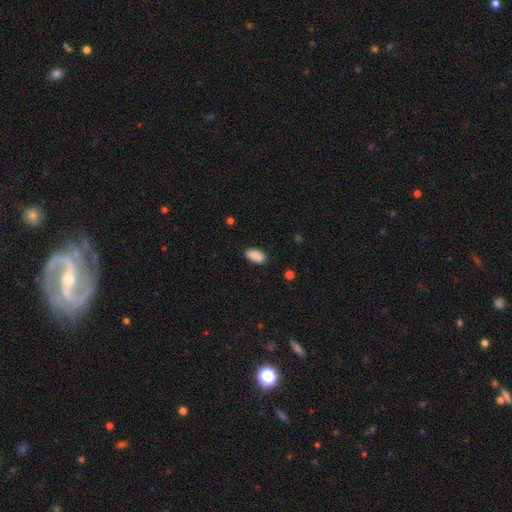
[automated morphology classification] smooth-or-featured: smooth: 89% | star or artifact: 7% | featured or disk: 4%
  how-rounded: in between: 93% | cigar-shaped: 3% | round: 3%
  merging: none: 83% | minor disturbance: 13% | major disturbance: 3% | merger: 2%